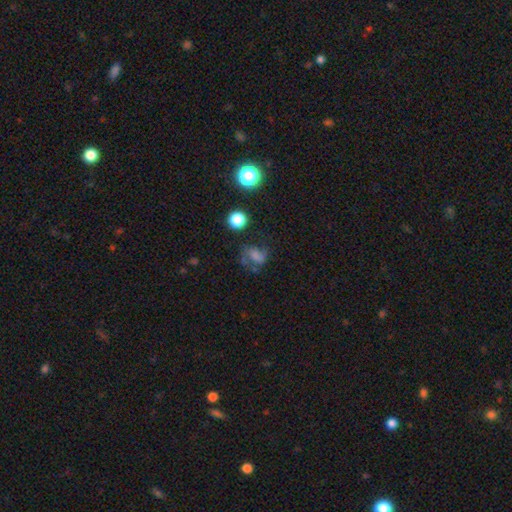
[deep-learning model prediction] smooth-or-featured: smooth: 53% | featured or disk: 29% | star or artifact: 18%
  how-rounded: in between: 58% | round: 40% | cigar-shaped: 2%
  merging: none: 40% | major disturbance: 31% | minor disturbance: 23% | merger: 7%